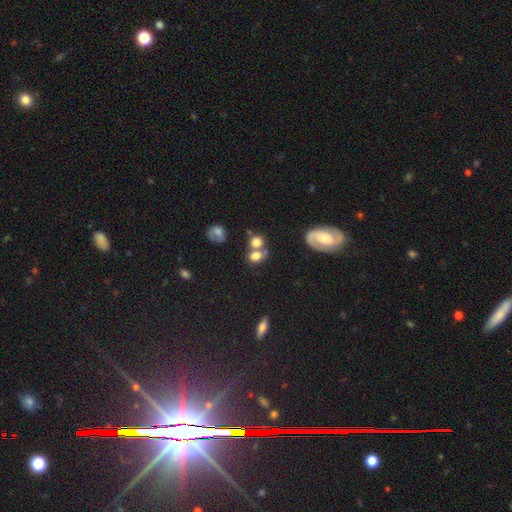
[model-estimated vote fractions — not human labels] smooth-or-featured: smooth: 71% | featured or disk: 15% | star or artifact: 14%
  how-rounded: round: 54% | in between: 44% | cigar-shaped: 2%
  merging: merger: 42% | none: 39% | minor disturbance: 12% | major disturbance: 7%